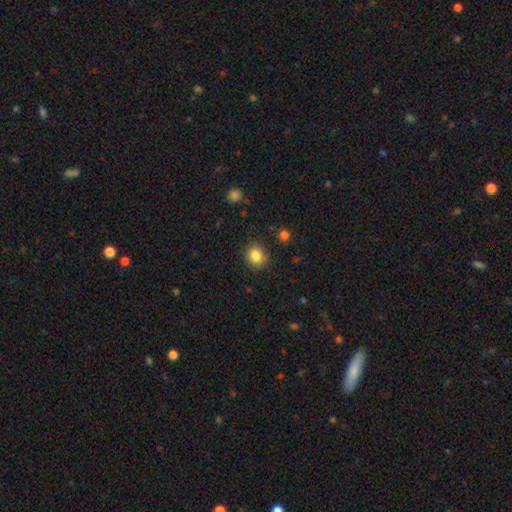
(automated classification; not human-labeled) Q: Smooth or featured?
A: smooth (84%); runner-up: star or artifact (10%)
Q: How rounded?
A: round (78%); runner-up: in between (21%)
Q: Merging?
A: none (86%); runner-up: minor disturbance (10%)